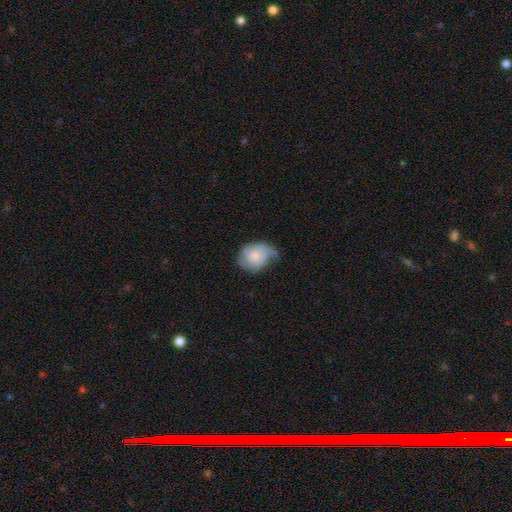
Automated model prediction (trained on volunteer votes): A featured or disk galaxy (48%).

Vote fractions:
- Smooth or featured? featured or disk: 48% / smooth: 45% / star or artifact: 7%
- Merging? minor disturbance: 40% / none: 35% / major disturbance: 23% / merger: 2%